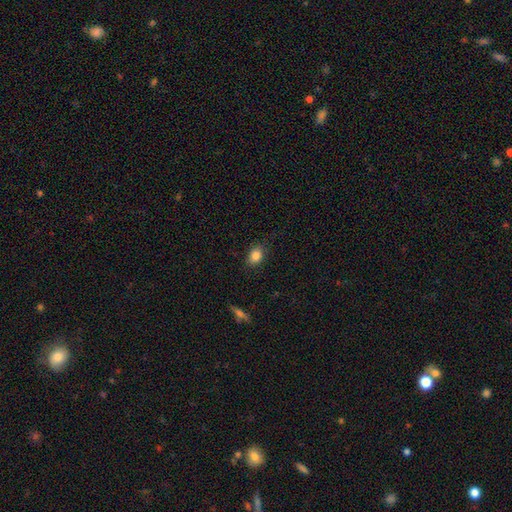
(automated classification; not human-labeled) Smooth or featured?
  - smooth: 85% *
  - star or artifact: 9%
  - featured or disk: 6%
How rounded?
  - in between: 67% *
  - round: 31%
  - cigar-shaped: 1%
Merging?
  - none: 84% *
  - minor disturbance: 12%
  - major disturbance: 3%
  - merger: 1%